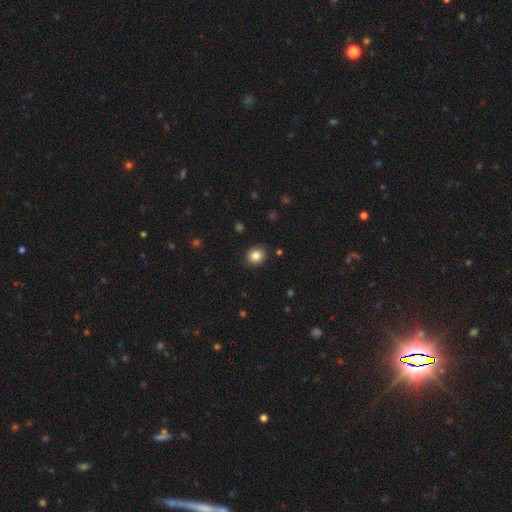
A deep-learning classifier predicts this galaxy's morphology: Smooth or featured?
  - smooth: 86% *
  - star or artifact: 10%
  - featured or disk: 4%
How rounded?
  - round: 76% *
  - in between: 23%
  - cigar-shaped: 1%
Merging?
  - none: 90% *
  - minor disturbance: 7%
  - major disturbance: 2%
  - merger: 1%